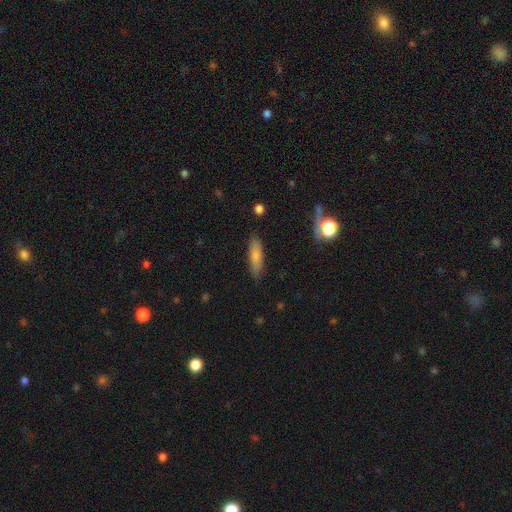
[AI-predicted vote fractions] Overall: smooth (77%). How rounded: cigar-shaped (58%; in between 40%). Merging: none (84%).